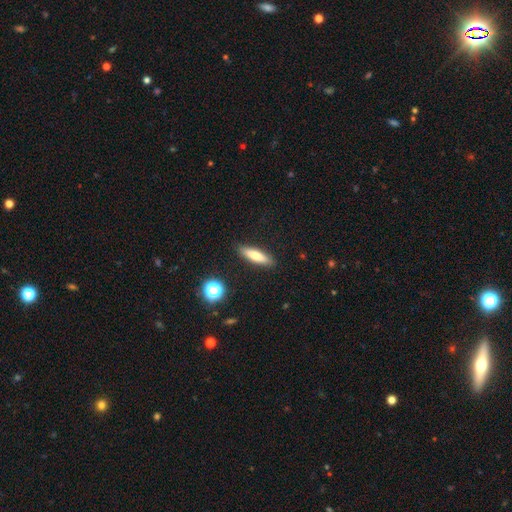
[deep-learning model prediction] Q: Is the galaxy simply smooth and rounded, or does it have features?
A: smooth — 73%.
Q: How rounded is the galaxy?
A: cigar-shaped — 68%.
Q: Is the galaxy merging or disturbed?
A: none — 88%.